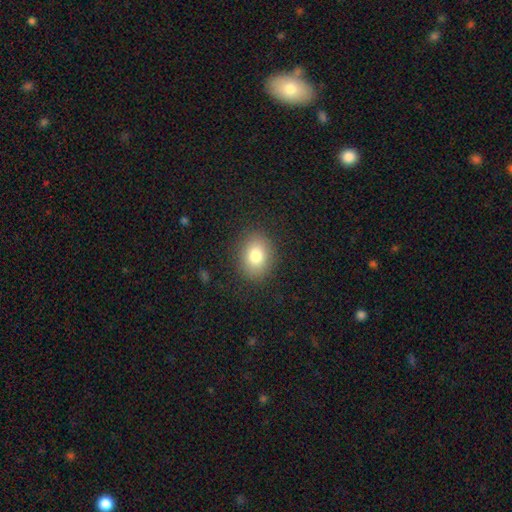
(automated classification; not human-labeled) smooth 81%, star or artifact 10%, featured or disk 10%. Down the decision tree: how rounded — in between (53%); merging — none (87%).